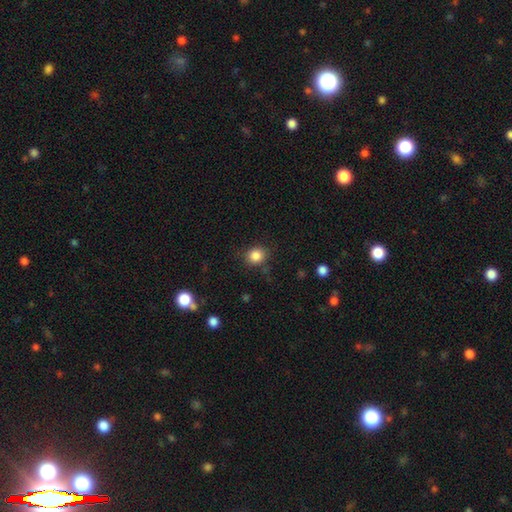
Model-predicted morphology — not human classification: type=smooth (85%); roundness=round (78%); merging=none (83%).